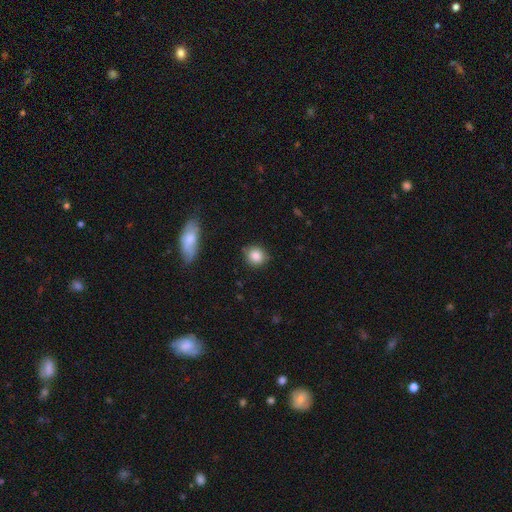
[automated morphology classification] type=smooth (85%); roundness=round (84%); merging=none (83%).